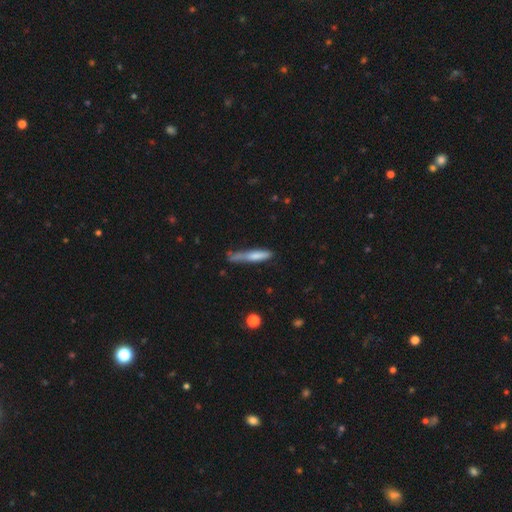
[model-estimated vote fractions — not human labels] Smooth or featured? smooth (69%)
How rounded? cigar-shaped (89%)
Merging? none (49%)